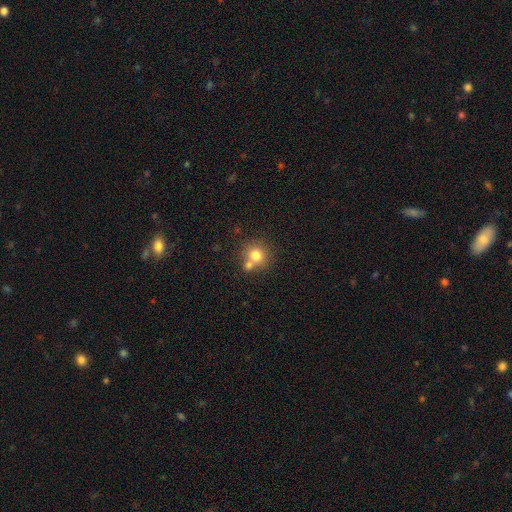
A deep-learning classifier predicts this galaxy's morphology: smooth-or-featured: smooth: 77% | star or artifact: 12% | featured or disk: 12%
  how-rounded: round: 86% | in between: 13% | cigar-shaped: 1%
  merging: none: 52% | merger: 36% | minor disturbance: 9% | major disturbance: 3%